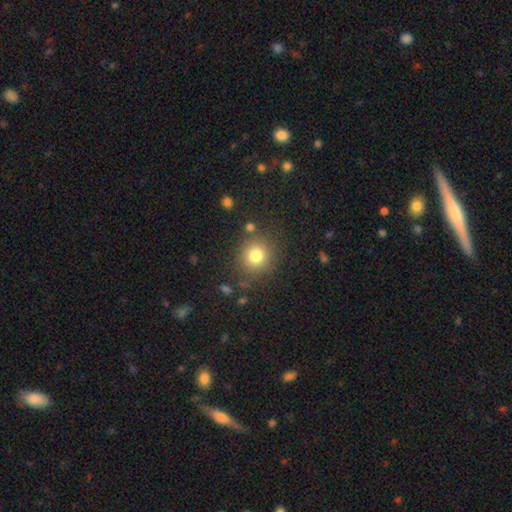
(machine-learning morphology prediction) The model was most divided on "smooth or featured": smooth: 79%, star or artifact: 13%, featured or disk: 8%. More confident: how rounded — round (88%); merging — none (82%).